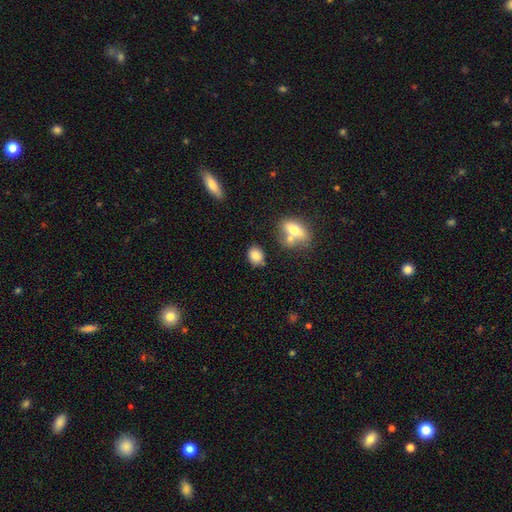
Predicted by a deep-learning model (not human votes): This is clearly a smooth galaxy (83%). How rounded: possibly in between (56%). Merging: likely none (73%).